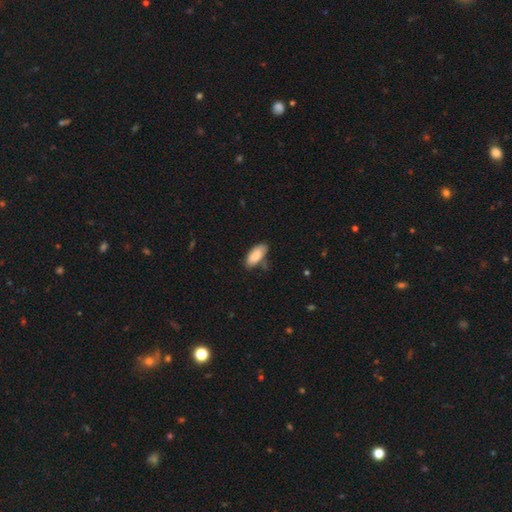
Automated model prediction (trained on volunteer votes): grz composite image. It shows a smooth galaxy with no disk features (88%) that is in between round and cigar-shaped (89%). Merging: none (70%).